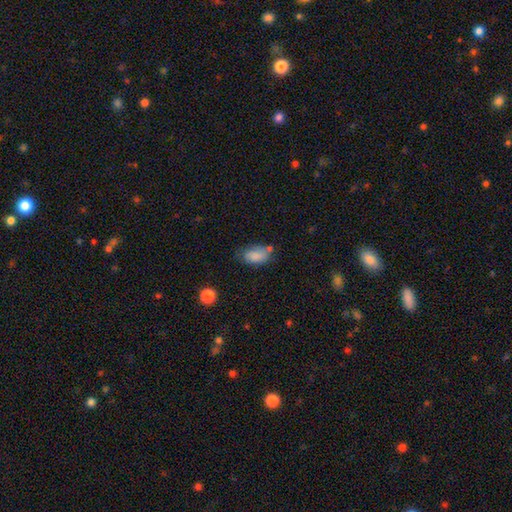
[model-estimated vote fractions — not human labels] Morphology: type=smooth (82%); roundness=in between (91%); merging=none (55%).